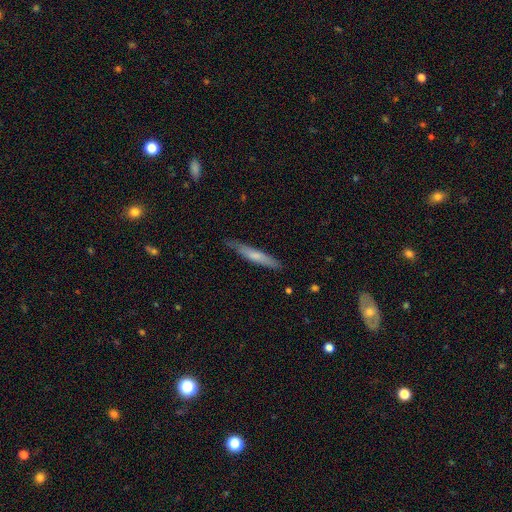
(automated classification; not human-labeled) Smooth or featured? smooth (62%)
How rounded? cigar-shaped (93%)
Merging? none (80%)